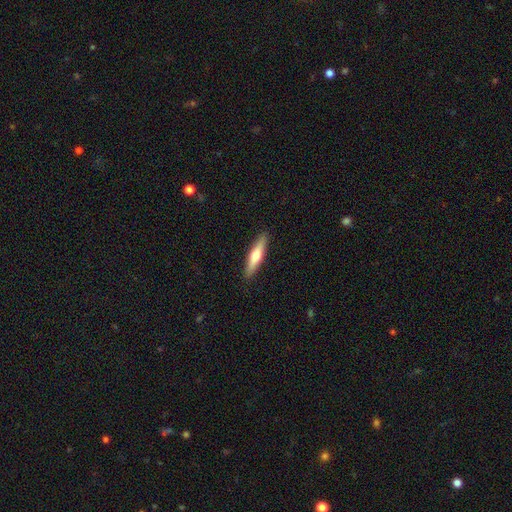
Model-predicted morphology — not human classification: The model was most divided on "smooth or featured": smooth: 53%, featured or disk: 42%, star or artifact: 5%. More confident: merging — none (91%); how rounded — cigar-shaped (83%).